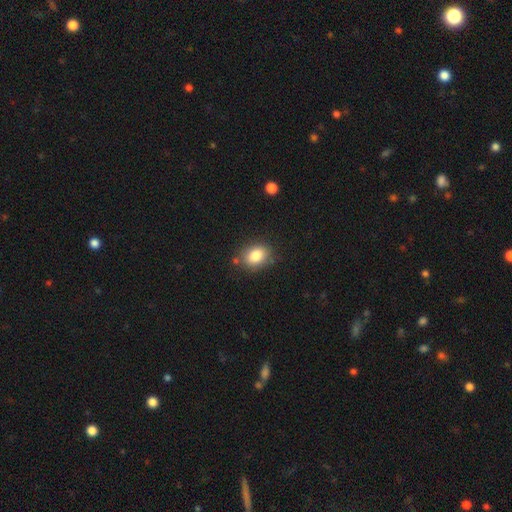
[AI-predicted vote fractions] This appears to be a smooth galaxy with no disk features (83%) that is in between round and cigar-shaped (66%). Merging: none (80%).